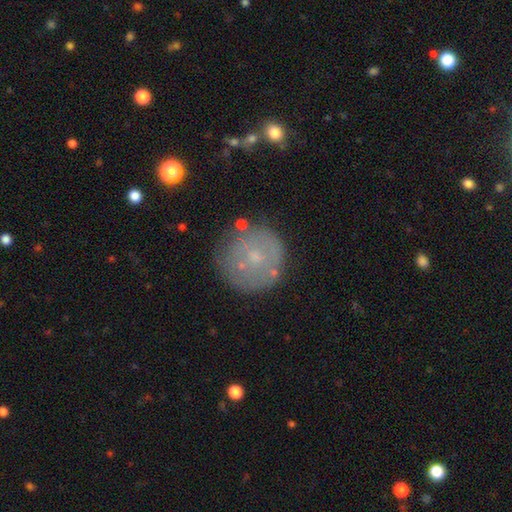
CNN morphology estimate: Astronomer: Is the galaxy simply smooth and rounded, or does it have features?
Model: smooth — 52% (runner-up: featured or disk, 38%).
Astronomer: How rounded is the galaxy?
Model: round — 94%.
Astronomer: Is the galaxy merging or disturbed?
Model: none — 77%.